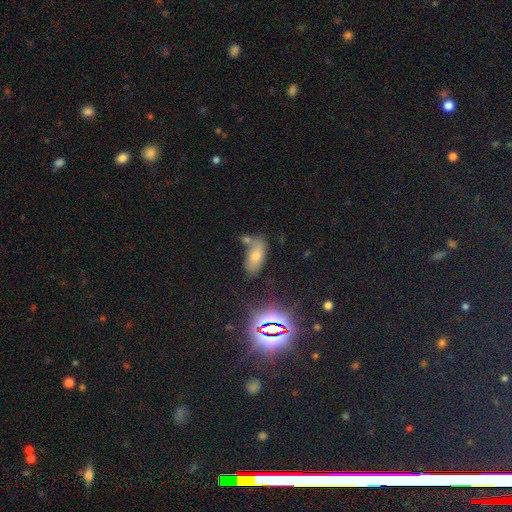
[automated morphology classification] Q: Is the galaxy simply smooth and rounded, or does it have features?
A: smooth — 66%.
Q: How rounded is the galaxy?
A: in between — 87%.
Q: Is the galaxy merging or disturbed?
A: none — 55%.